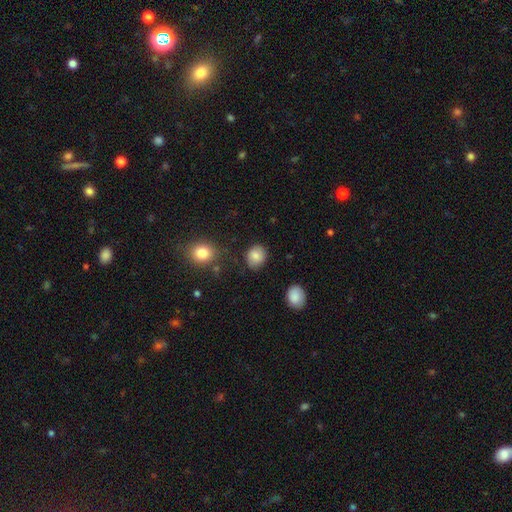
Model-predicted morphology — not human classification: type=smooth (85%); roundness=round (68%); merging=none (81%).